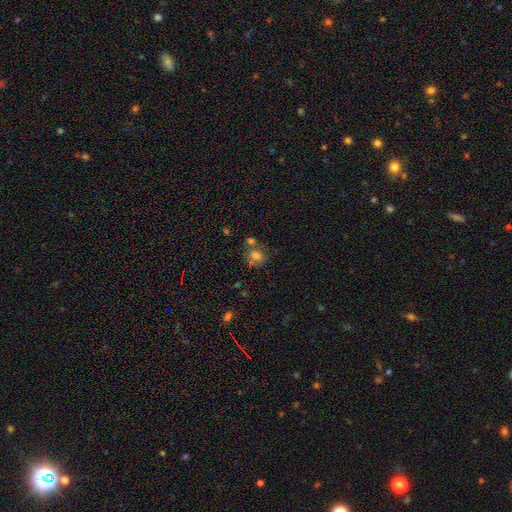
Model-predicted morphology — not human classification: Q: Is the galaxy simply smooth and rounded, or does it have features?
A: smooth — 65%.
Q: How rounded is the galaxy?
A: round — 64%.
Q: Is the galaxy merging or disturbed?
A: none — 54%.